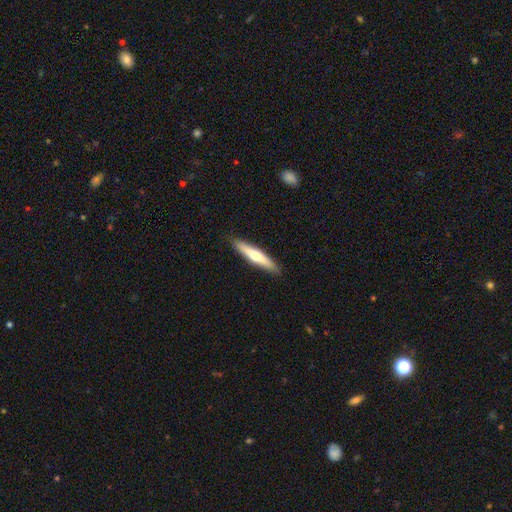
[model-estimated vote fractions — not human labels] A smooth galaxy with no disk features (50%). Merging: none (90%).